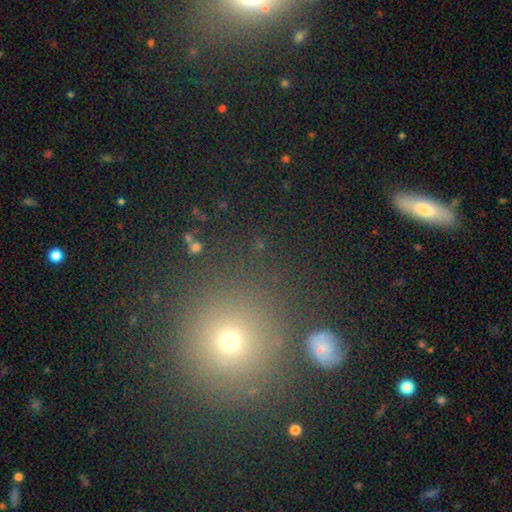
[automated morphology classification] Q: Smooth or featured?
A: smooth (50%); runner-up: star or artifact (39%)
Q: Merging?
A: none (84%); runner-up: minor disturbance (7%)